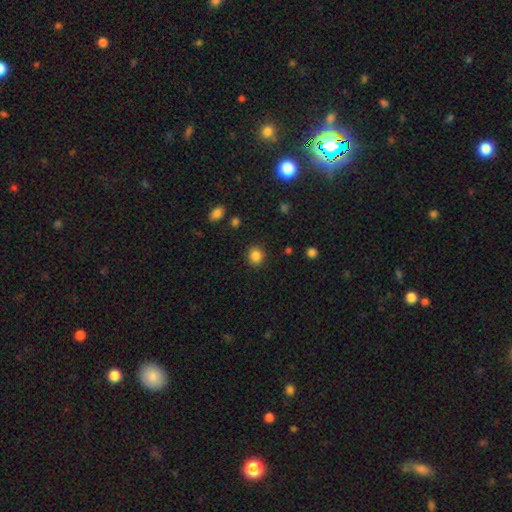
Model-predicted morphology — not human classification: Smooth or featured? Predicted: smooth (p=0.85). How rounded? Predicted: round (p=0.83). Merging? Predicted: none (p=0.89).